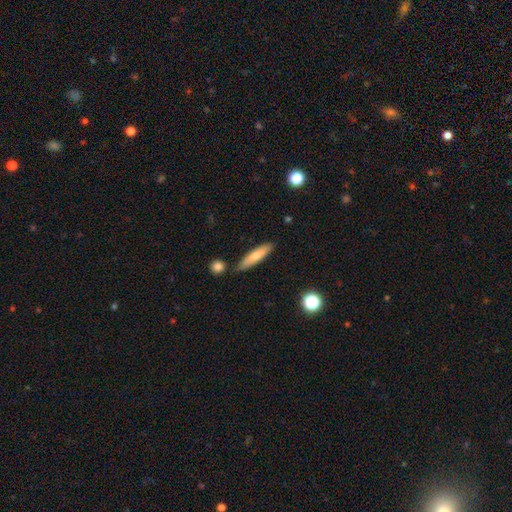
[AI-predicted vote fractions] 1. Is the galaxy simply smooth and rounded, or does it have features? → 73% smooth, 21% featured or disk, 6% star or artifact.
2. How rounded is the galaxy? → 83% cigar-shaped, 16% in between, 2% round.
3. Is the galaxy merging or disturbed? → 82% none, 12% minor disturbance, 4% merger, 2% major disturbance.